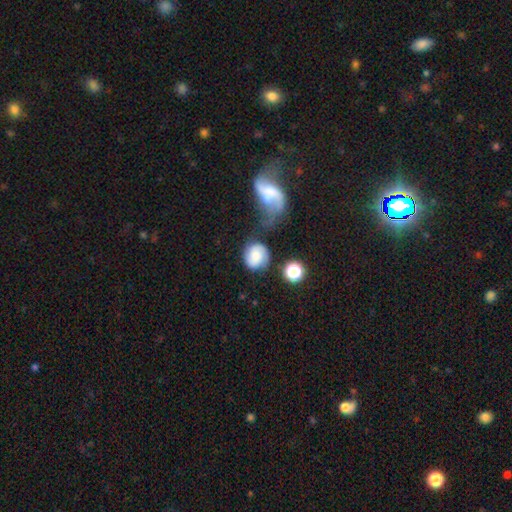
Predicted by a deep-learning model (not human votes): Smooth or featured? Predicted: smooth (p=0.54). How rounded? Predicted: round (p=0.78). Merging? Predicted: none (p=0.56).